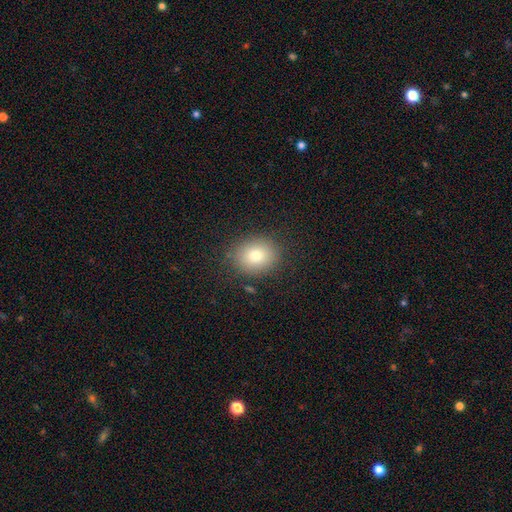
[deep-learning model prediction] Morphology: type=smooth (77%); roundness=round (59%); merging=none (87%).